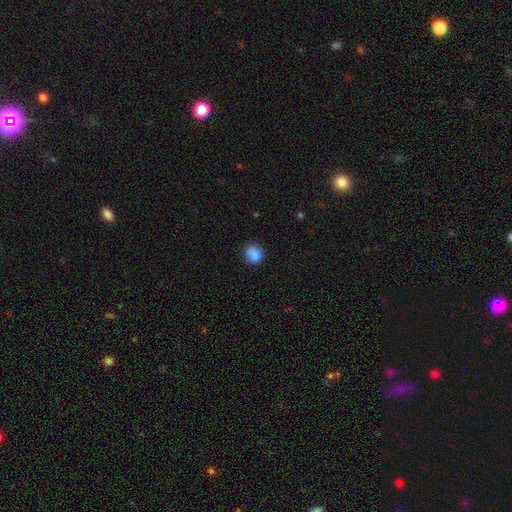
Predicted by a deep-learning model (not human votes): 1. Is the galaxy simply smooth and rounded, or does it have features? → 84% smooth, 10% star or artifact, 7% featured or disk.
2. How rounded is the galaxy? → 79% round, 20% in between, 1% cigar-shaped.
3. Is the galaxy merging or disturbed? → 69% none, 23% minor disturbance, 5% major disturbance, 3% merger.